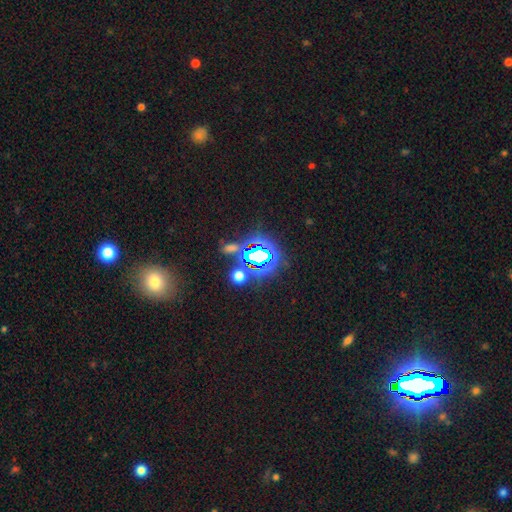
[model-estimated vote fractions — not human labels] Smooth or featured? Predicted: star or artifact (p=0.67).